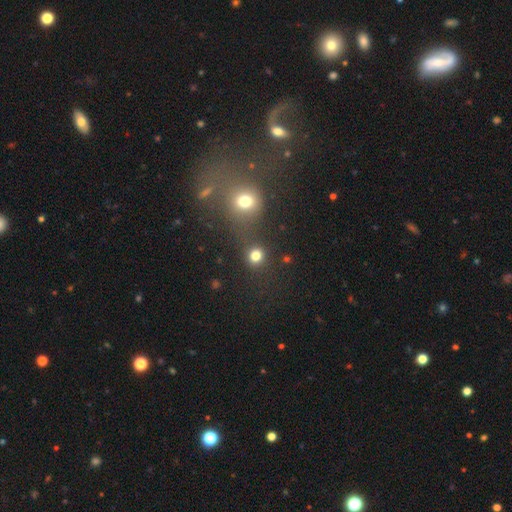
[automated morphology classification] A smooth galaxy with no disk features (79%) that is round (88%).

Vote fractions:
- Smooth or featured? smooth: 79% / star or artifact: 16% / featured or disk: 5%
- How rounded? round: 88% / in between: 11% / cigar-shaped: 1%
- Merging? none: 76% / merger: 13% / minor disturbance: 7% / major disturbance: 4%